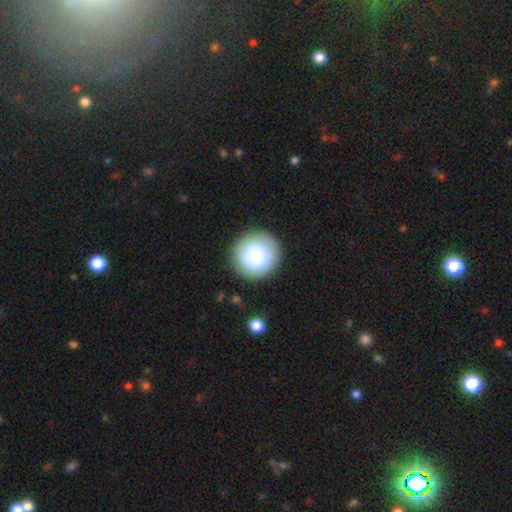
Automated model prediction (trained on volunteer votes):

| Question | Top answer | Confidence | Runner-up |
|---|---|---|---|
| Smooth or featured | smooth | 81% | featured or disk (12%) |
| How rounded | round | 95% | in between (4%) |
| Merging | none | 87% | minor disturbance (9%) |